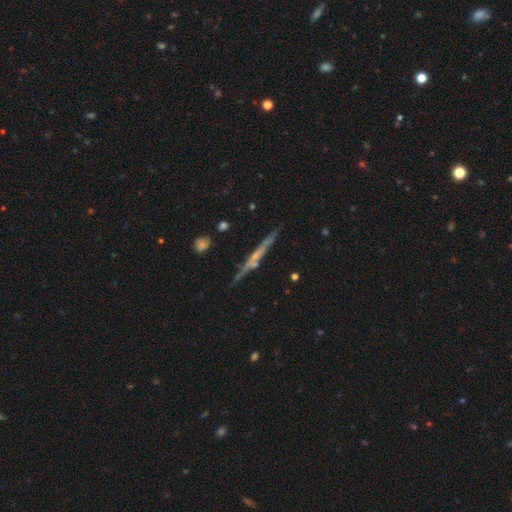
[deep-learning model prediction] The model was most divided on "edge-on bulge": none: 55%, rounded: 38%, boxy: 7%. More confident: edge-on disk — yes (96%); merging — none (85%); smooth or featured — featured or disk (68%).